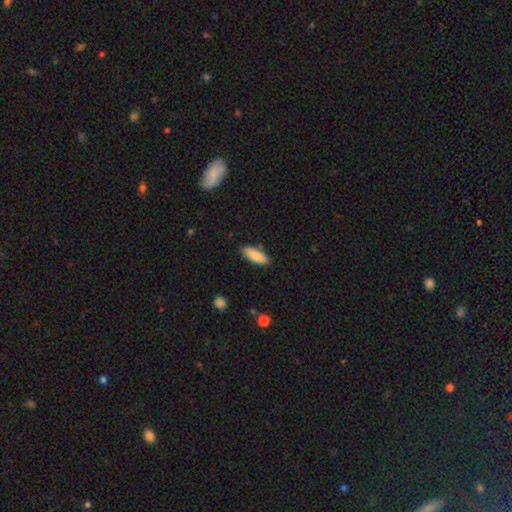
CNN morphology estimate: Smooth or featured?
  - smooth: 83% *
  - featured or disk: 11%
  - star or artifact: 6%
How rounded?
  - in between: 69% *
  - cigar-shaped: 29%
  - round: 2%
Merging?
  - none: 84% *
  - minor disturbance: 12%
  - major disturbance: 2%
  - merger: 2%